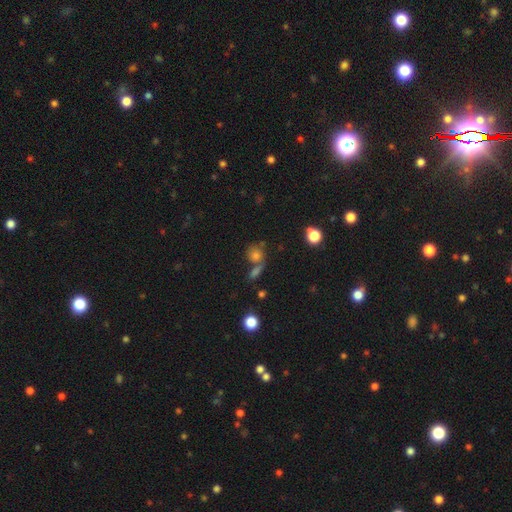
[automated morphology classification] Smooth or featured? smooth (71%)
How rounded? round (75%)
Merging? none (51%)